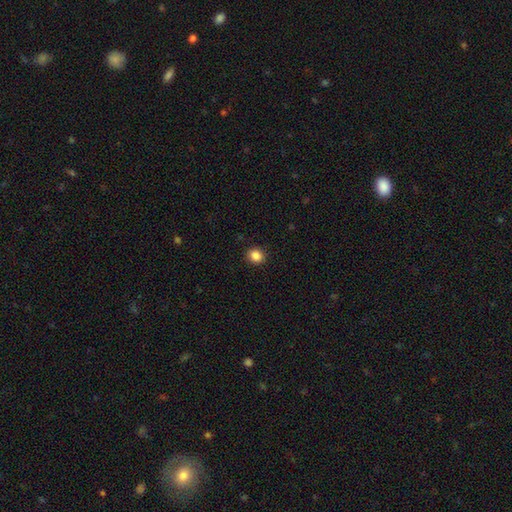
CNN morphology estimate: Smooth or featured? Predicted: smooth (p=0.86). How rounded? Predicted: round (p=0.80). Merging? Predicted: none (p=0.91).